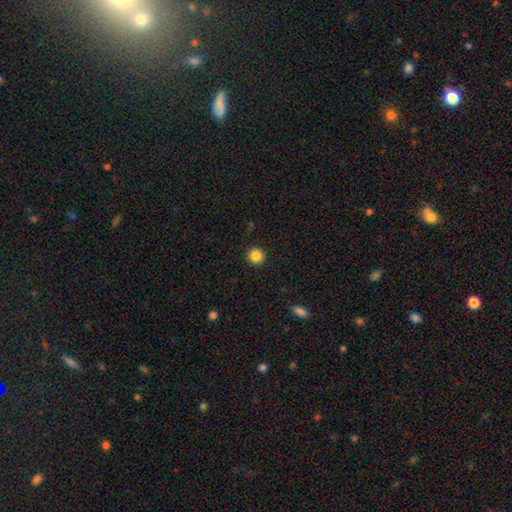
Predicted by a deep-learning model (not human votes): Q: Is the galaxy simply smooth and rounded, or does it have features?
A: smooth — 85%.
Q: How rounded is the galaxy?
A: round — 95%.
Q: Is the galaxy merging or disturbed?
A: none — 93%.